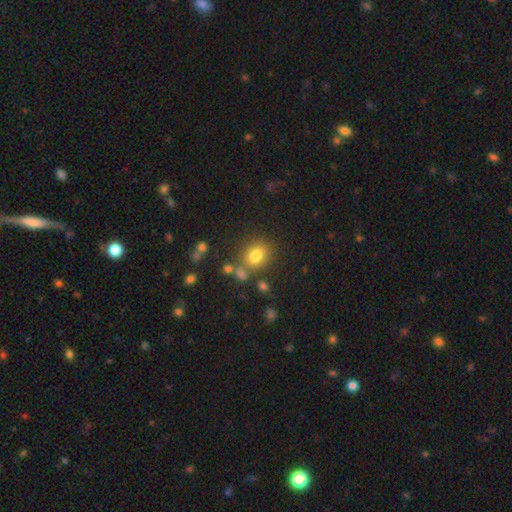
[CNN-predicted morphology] Smooth or featured? smooth (78%)
How rounded? round (70%)
Merging? none (73%)